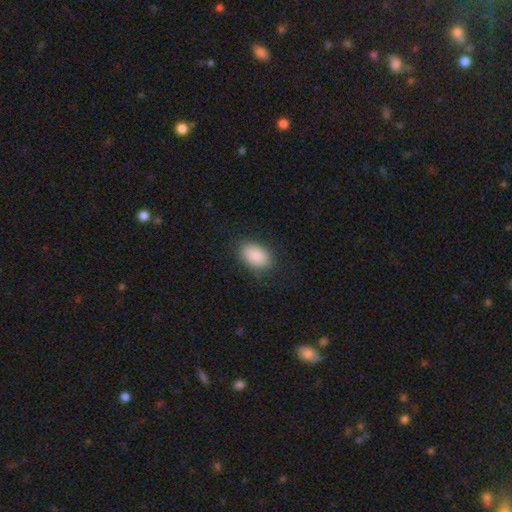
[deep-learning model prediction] A smooth galaxy with no disk features (89%) that is in between round and cigar-shaped (91%). Merging: none (79%).